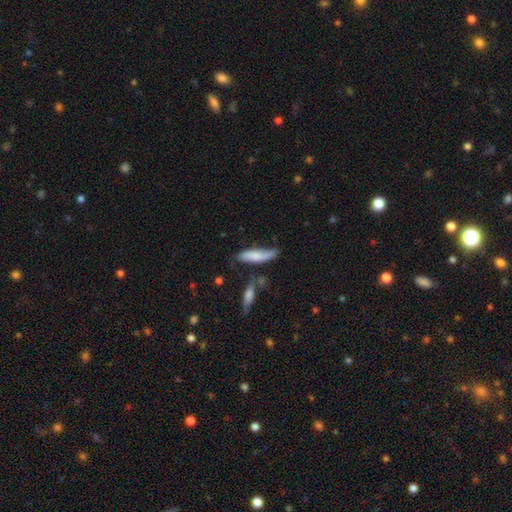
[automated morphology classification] A smooth galaxy with no disk features (70%) that is cigar-shaped (57%).

Vote fractions:
- Smooth or featured? smooth: 70% / featured or disk: 23% / star or artifact: 6%
- How rounded? cigar-shaped: 57% / in between: 41% / round: 2%
- Merging? none: 49% / minor disturbance: 30% / merger: 11% / major disturbance: 11%